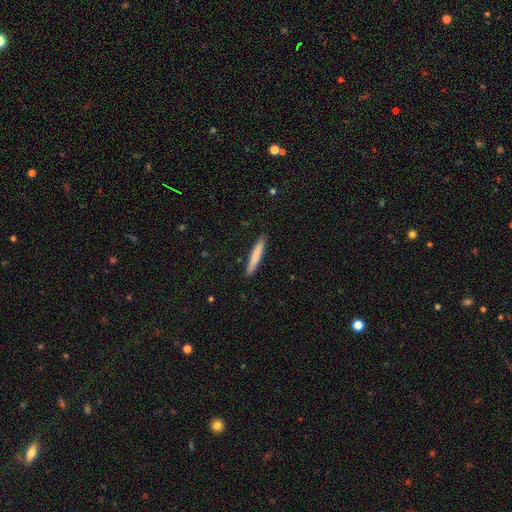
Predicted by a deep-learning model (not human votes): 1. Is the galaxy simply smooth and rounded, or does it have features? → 78% smooth, 16% featured or disk, 6% star or artifact.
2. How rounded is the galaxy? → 95% cigar-shaped, 4% in between, 1% round.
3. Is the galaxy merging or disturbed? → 90% none, 7% minor disturbance, 1% major disturbance, 1% merger.